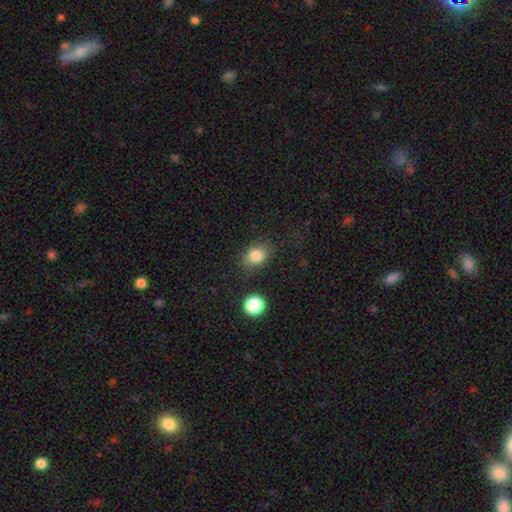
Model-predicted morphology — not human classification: Q: Smooth or featured?
A: smooth (81%); runner-up: star or artifact (11%)
Q: How rounded?
A: in between (60%); runner-up: round (39%)
Q: Merging?
A: none (75%); runner-up: minor disturbance (15%)